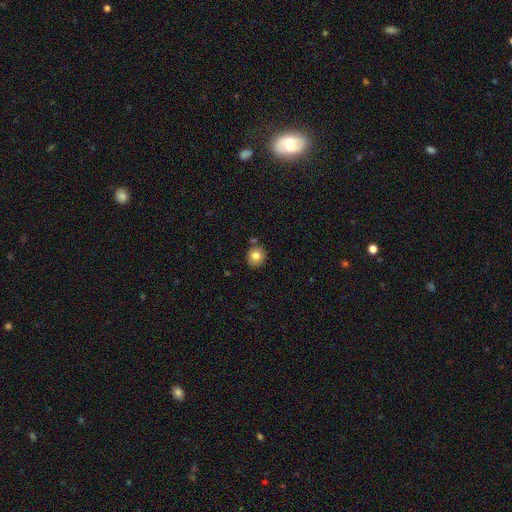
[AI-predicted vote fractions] Smooth or featured? smooth (81%)
How rounded? round (85%)
Merging? none (78%)